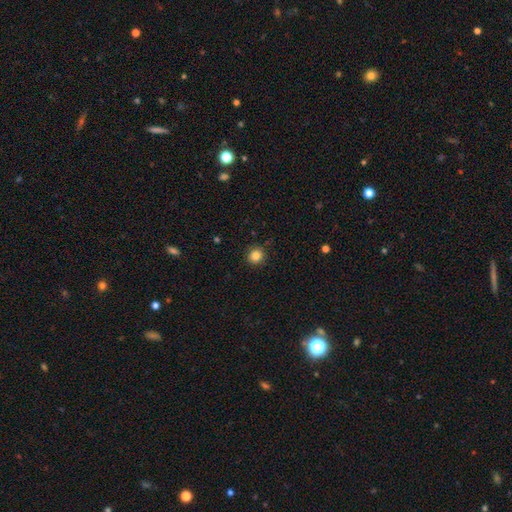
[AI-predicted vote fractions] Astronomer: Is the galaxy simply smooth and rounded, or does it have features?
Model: smooth — 85%.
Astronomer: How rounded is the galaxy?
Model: round — 87%.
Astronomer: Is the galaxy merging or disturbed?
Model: none — 88%.